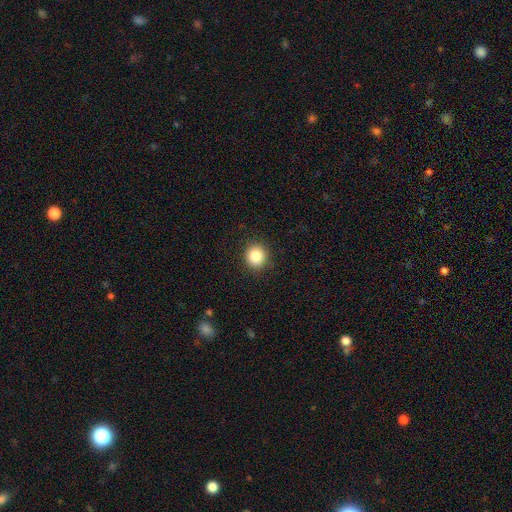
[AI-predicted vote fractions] smooth-or-featured: smooth: 86% | star or artifact: 10% | featured or disk: 4%
  how-rounded: round: 89% | in between: 10% | cigar-shaped: 1%
  merging: none: 90% | minor disturbance: 7% | major disturbance: 2% | merger: 1%